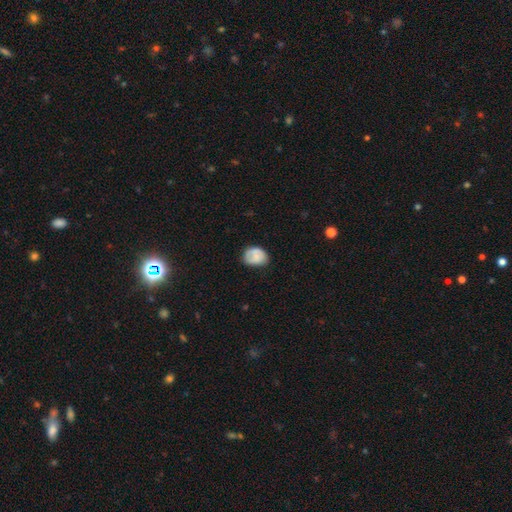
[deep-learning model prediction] A smooth galaxy with no disk features (72%) that is in between round and cigar-shaped (60%).

Vote fractions:
- Smooth or featured? smooth: 72% / featured or disk: 21% / star or artifact: 8%
- How rounded? in between: 60% / round: 39% / cigar-shaped: 1%
- Merging? none: 59% / minor disturbance: 31% / major disturbance: 9% / merger: 2%